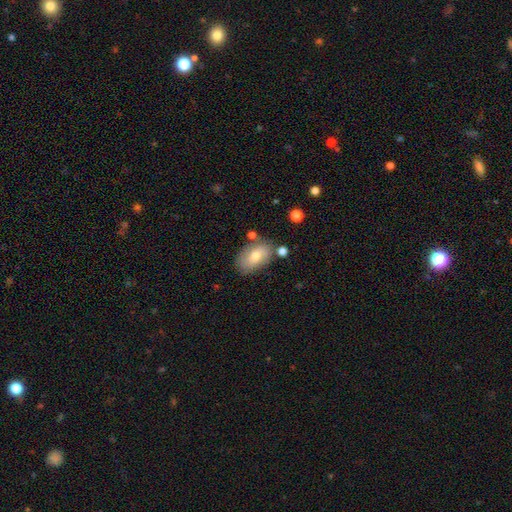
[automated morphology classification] smooth_or_featured: smooth (p=0.68) [alt: featured or disk p=0.24]
how_rounded: in between (p=0.90) [alt: round p=0.08]
merging: none (p=0.73) [alt: minor disturbance p=0.17]